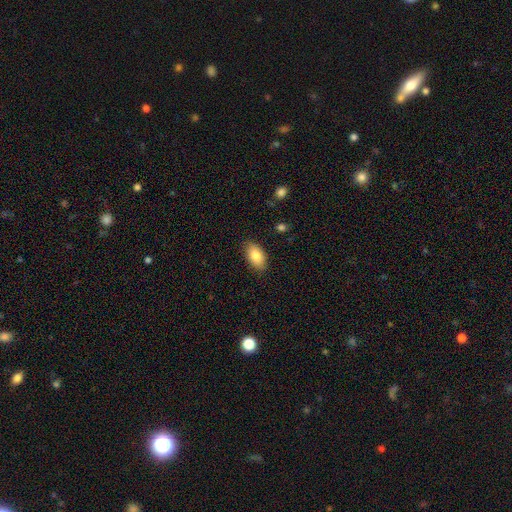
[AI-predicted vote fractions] Smooth or featured?
  - smooth: 83% *
  - featured or disk: 10%
  - star or artifact: 7%
How rounded?
  - in between: 93% *
  - round: 5%
  - cigar-shaped: 2%
Merging?
  - none: 85% *
  - minor disturbance: 11%
  - major disturbance: 2%
  - merger: 1%